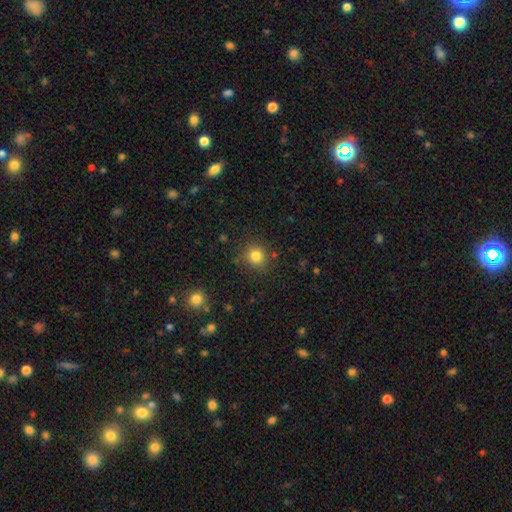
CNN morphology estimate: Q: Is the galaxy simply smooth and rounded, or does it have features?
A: smooth — 81%.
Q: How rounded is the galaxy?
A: round — 89%.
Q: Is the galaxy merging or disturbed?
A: none — 84%.